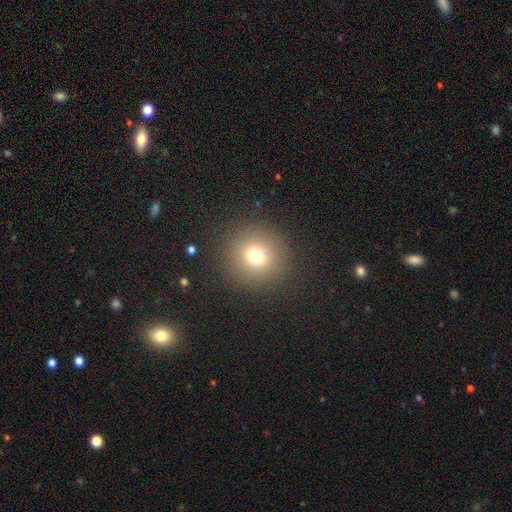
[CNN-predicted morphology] smooth 73%, star or artifact 16%, featured or disk 11%. Down the decision tree: how rounded — round (94%); merging — none (88%).